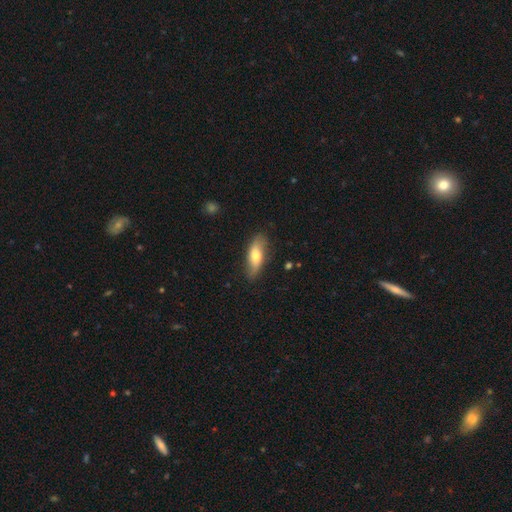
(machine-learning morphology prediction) Overall: smooth (62%; featured or disk 32%). How rounded: in between (67%; cigar-shaped 30%). Merging: none (78%).